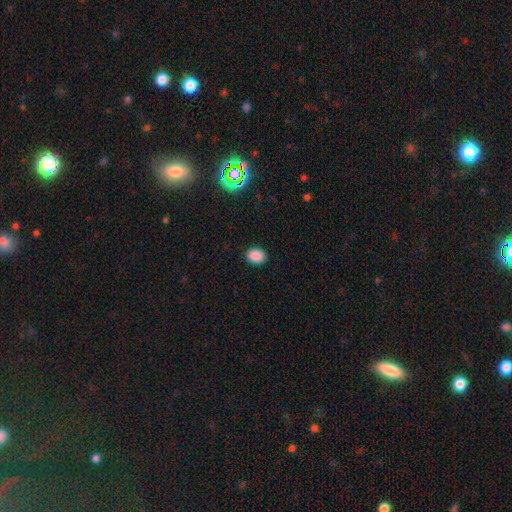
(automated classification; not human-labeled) smooth 88%, star or artifact 9%, featured or disk 2%. Down the decision tree: how rounded — in between (59%); merging — none (90%).